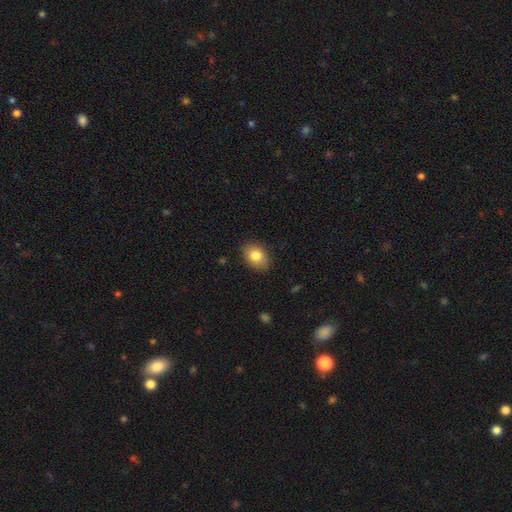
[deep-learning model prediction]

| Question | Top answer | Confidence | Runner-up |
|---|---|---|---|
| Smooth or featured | smooth | 83% | featured or disk (9%) |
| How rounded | in between | 75% | round (24%) |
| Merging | none | 86% | minor disturbance (11%) |